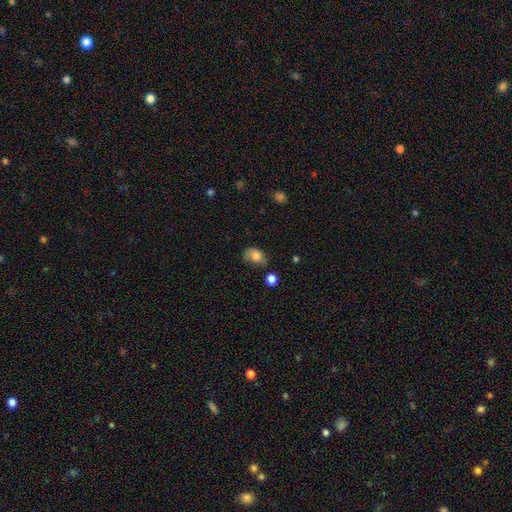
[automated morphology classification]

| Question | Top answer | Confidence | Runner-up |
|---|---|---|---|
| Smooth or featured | smooth | 78% | featured or disk (14%) |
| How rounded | in between | 77% | round (22%) |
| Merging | none | 52% | minor disturbance (32%) |